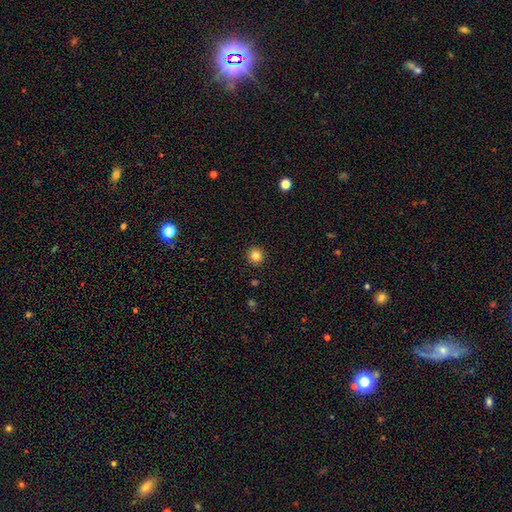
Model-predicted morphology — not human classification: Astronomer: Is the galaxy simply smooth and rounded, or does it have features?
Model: smooth — 83%.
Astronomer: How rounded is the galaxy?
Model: round — 94%.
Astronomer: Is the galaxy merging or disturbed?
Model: none — 93%.